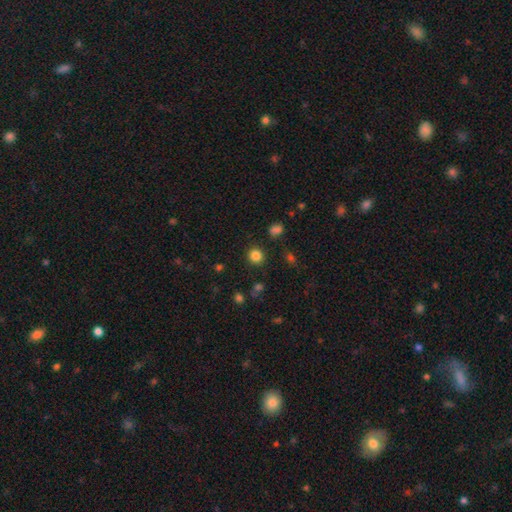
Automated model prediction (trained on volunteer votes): A smooth galaxy with no disk features (83%) that is round (91%). Merging: none (89%).